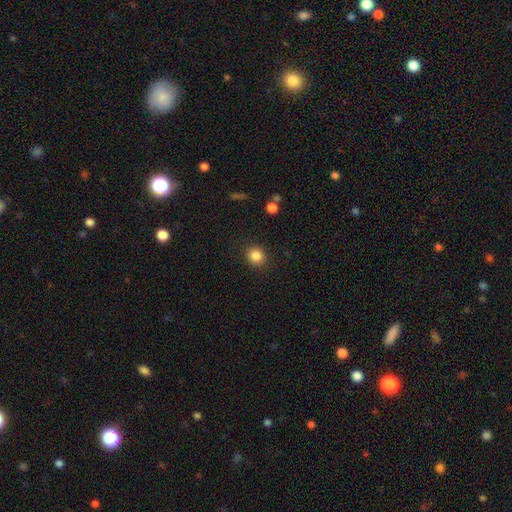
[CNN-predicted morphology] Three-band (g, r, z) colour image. It shows a smooth galaxy with no disk features (85%) that is round (82%). Merging: none (90%).